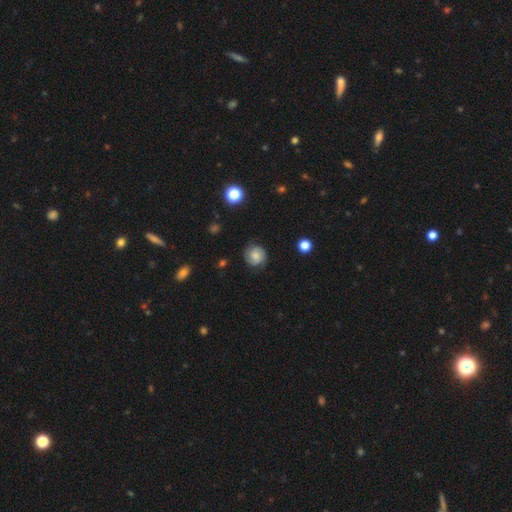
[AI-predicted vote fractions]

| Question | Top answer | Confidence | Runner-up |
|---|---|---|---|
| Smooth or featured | smooth | 47% | featured or disk (43%) |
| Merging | none | 80% | minor disturbance (15%) |